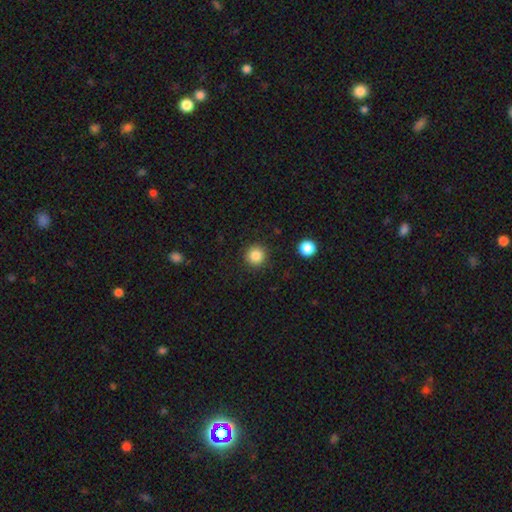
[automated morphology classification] Overall: smooth (85%). How rounded: round (95%). Merging: none (91%).